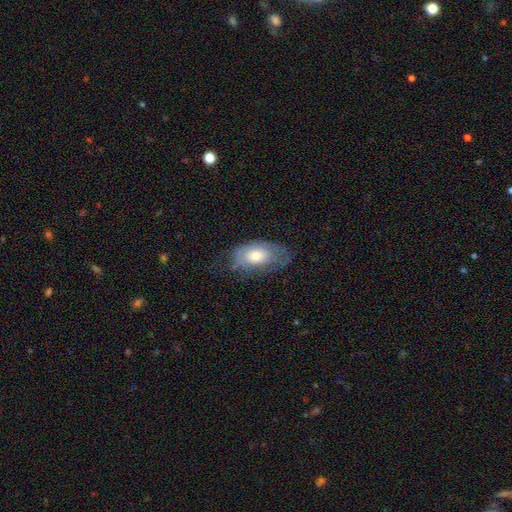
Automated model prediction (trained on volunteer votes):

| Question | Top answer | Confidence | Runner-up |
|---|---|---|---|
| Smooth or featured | smooth | 50% | featured or disk (43%) |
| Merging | none | 53% | minor disturbance (30%) |